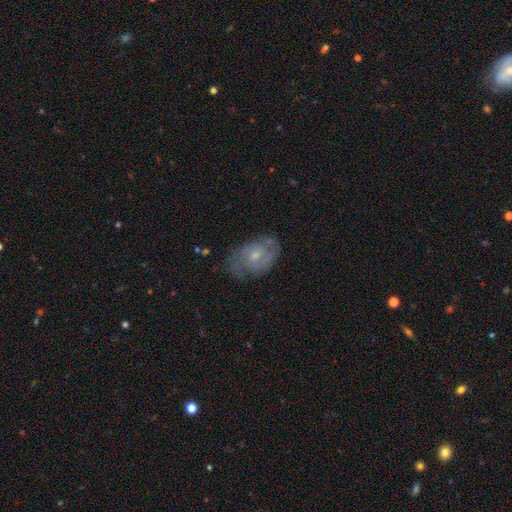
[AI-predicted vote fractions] A featured or disk galaxy (64%) with no bar (67%), spiral arms (79%) and a small central bulge (57%). Merging: none (64%).